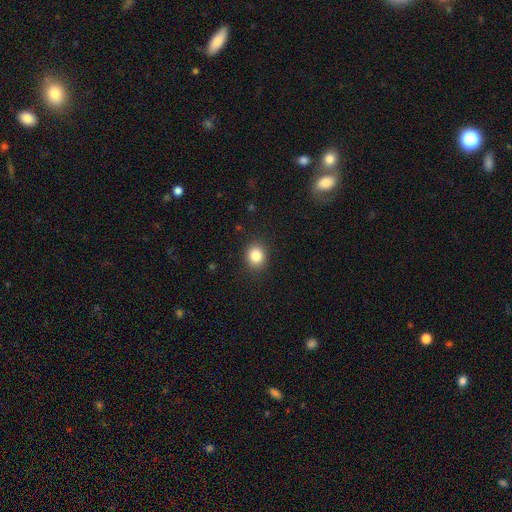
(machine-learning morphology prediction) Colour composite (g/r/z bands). It shows a smooth galaxy with no disk features (84%) that is round (73%). Merging: none (89%).